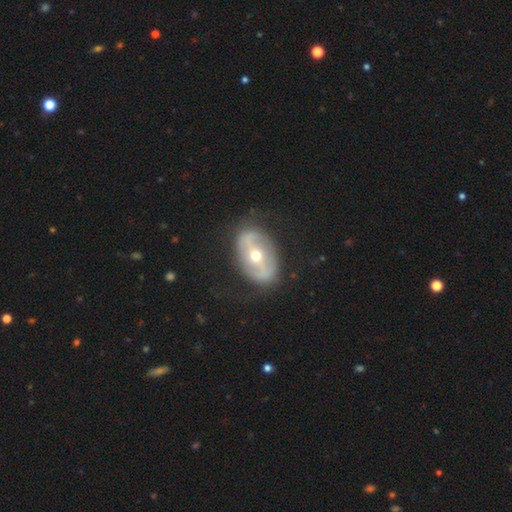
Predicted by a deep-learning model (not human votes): Smooth or featured: featured or disk — 73% (smooth — 21%)
Edge-on disk: no — 93% (yes — 7%)
Bar: strong — 45% (weak — 29%)
Spiral arms: yes — 54% (no — 46%)
Bulge size: moderate — 63% (small — 32%)
Merging: none — 78% (minor disturbance — 14%)